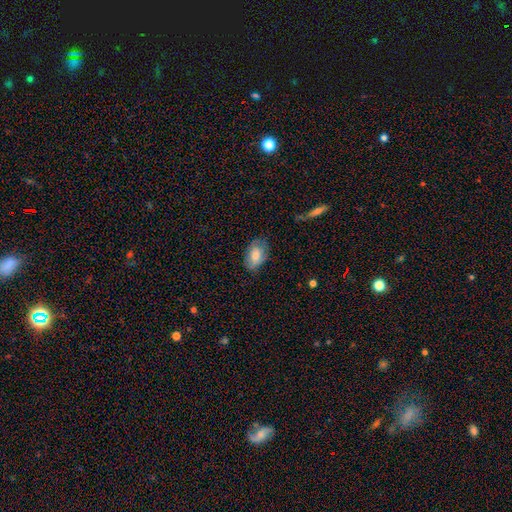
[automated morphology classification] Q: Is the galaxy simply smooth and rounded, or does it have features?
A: smooth — 74%.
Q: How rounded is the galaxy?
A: in between — 91%.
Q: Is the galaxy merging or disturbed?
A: none — 69%.